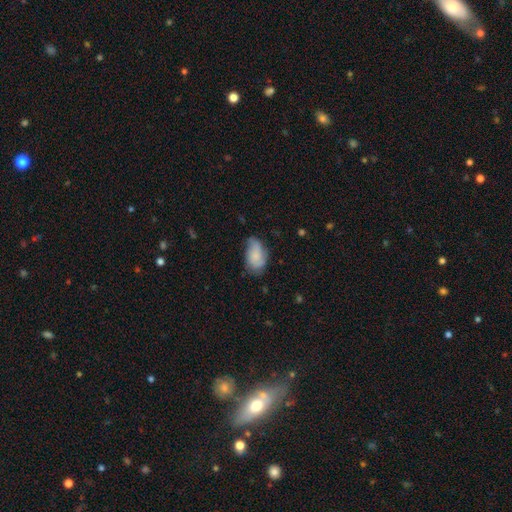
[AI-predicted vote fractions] Q: Smooth or featured?
A: smooth (70%); runner-up: featured or disk (23%)
Q: How rounded?
A: in between (92%); runner-up: round (6%)
Q: Merging?
A: none (50%); runner-up: minor disturbance (36%)